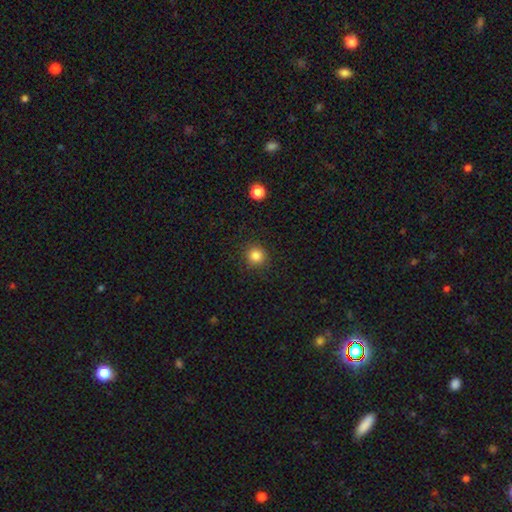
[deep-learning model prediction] Smooth or featured? Predicted: smooth (p=0.85). How rounded? Predicted: round (p=0.92). Merging? Predicted: none (p=0.88).